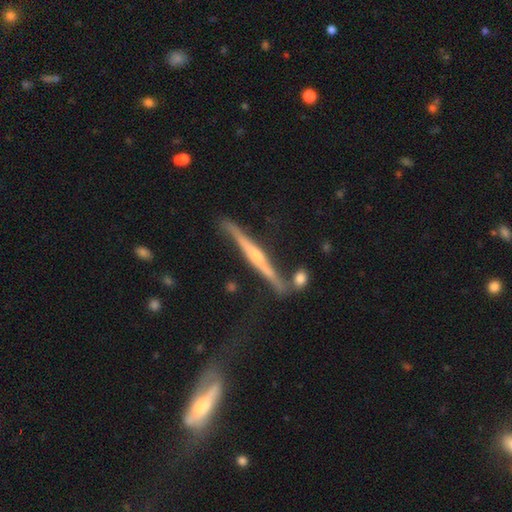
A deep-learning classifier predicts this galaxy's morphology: smooth_or_featured: featured or disk (p=0.79) [alt: smooth p=0.16]
disk_edge_on: yes (p=0.97) [alt: no p=0.03]
edge_on_bulge: rounded (p=0.77) [alt: none p=0.15]
merging: none (p=0.72) [alt: minor disturbance p=0.16]